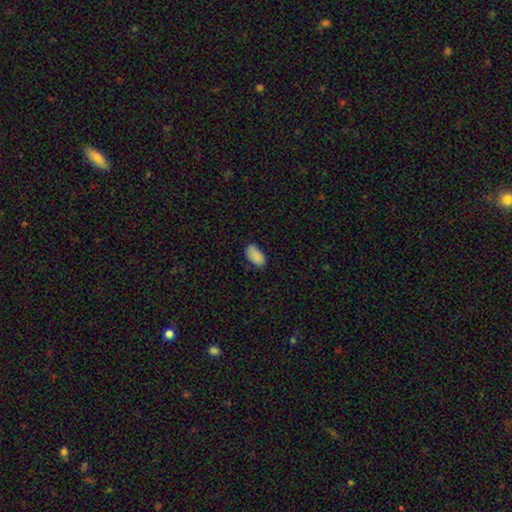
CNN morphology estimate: Smooth or featured?
  - smooth: 88% *
  - star or artifact: 8%
  - featured or disk: 4%
How rounded?
  - in between: 94% *
  - round: 4%
  - cigar-shaped: 2%
Merging?
  - none: 75% *
  - minor disturbance: 20%
  - major disturbance: 4%
  - merger: 1%